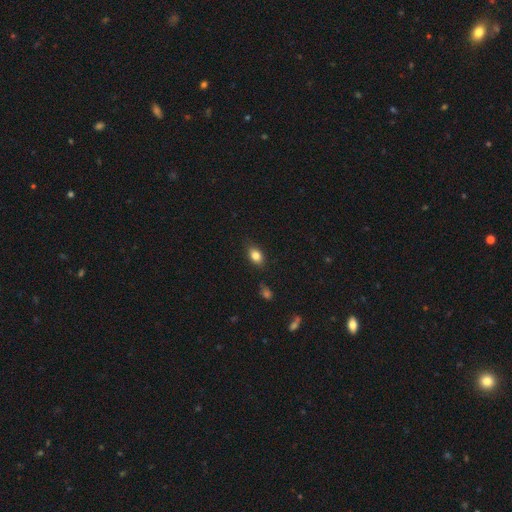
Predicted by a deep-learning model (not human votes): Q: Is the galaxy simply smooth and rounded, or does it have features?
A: smooth — 83%.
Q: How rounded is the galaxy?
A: in between — 80%.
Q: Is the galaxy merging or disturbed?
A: none — 82%.